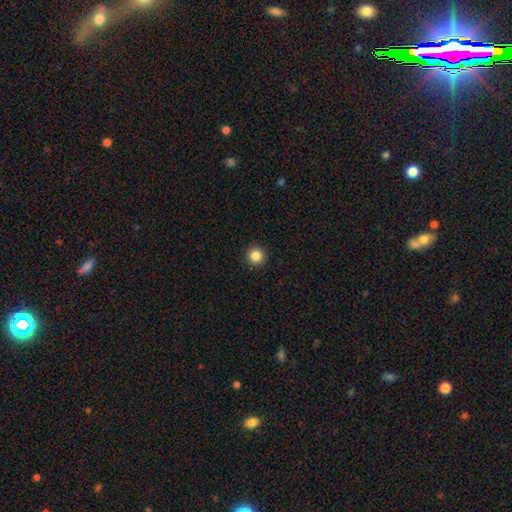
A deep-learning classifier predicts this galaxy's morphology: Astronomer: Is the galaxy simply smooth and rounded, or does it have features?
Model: smooth — 85%.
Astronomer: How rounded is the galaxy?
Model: round — 96%.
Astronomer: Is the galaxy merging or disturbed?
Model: none — 94%.